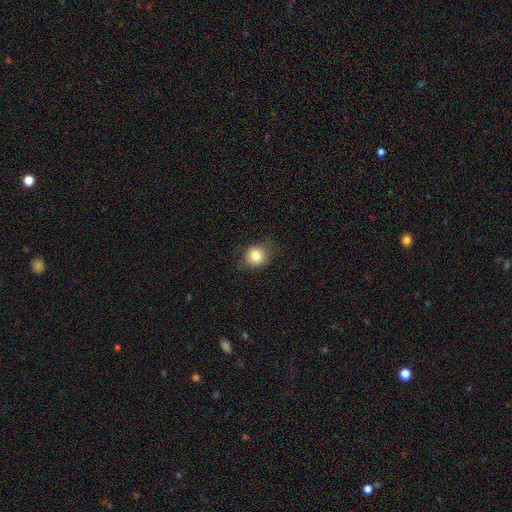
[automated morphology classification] The model was most divided on "merging": none: 72%, minor disturbance: 20%, major disturbance: 7%, merger: 1%. More confident: smooth or featured — smooth (80%); how rounded — round (77%).